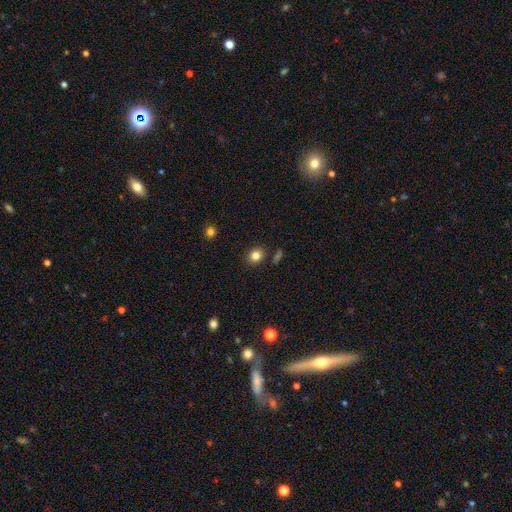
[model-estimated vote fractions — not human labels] smooth 83%, star or artifact 12%, featured or disk 6%. Down the decision tree: how rounded — round (75%); merging — none (85%).